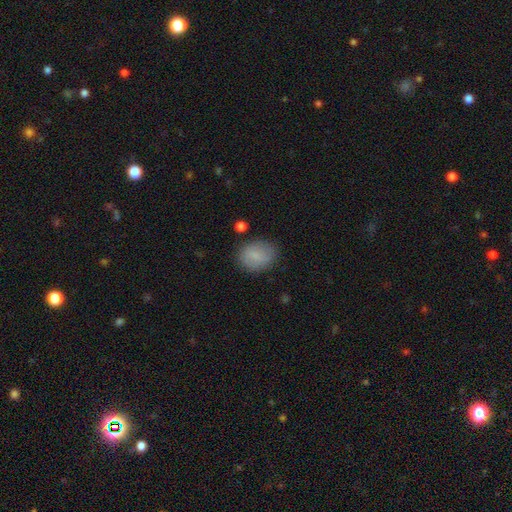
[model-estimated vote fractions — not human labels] Smooth or featured? Predicted: smooth (p=0.83). How rounded? Predicted: in between (p=0.52). Merging? Predicted: none (p=0.80).